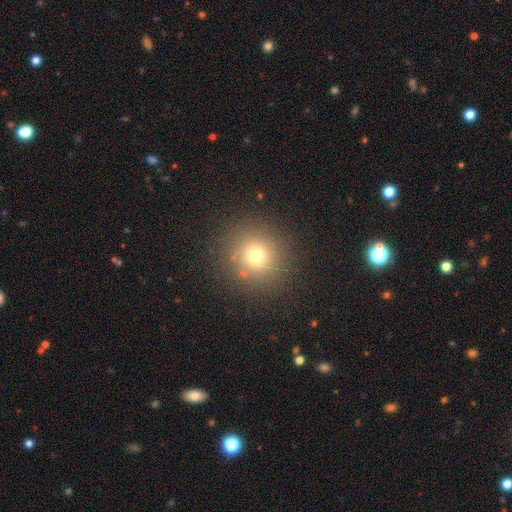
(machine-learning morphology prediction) A smooth galaxy with no disk features (72%) that is round (93%).

Vote fractions:
- Smooth or featured? smooth: 72% / star or artifact: 18% / featured or disk: 11%
- How rounded? round: 93% / in between: 6% / cigar-shaped: 1%
- Merging? none: 87% / minor disturbance: 7% / major disturbance: 4% / merger: 2%